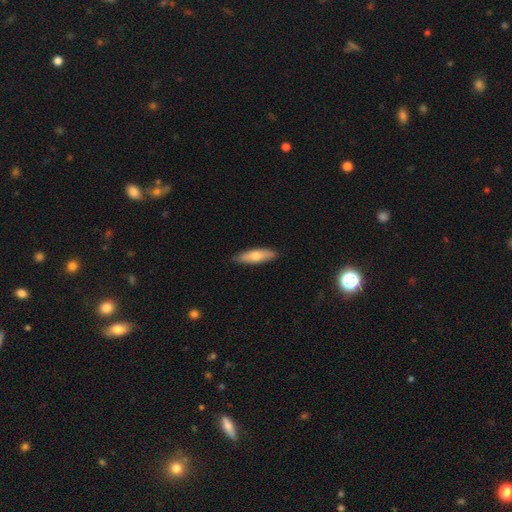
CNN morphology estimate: smooth 67%, featured or disk 28%, star or artifact 5%. Down the decision tree: how rounded — cigar-shaped (56%); merging — none (87%).